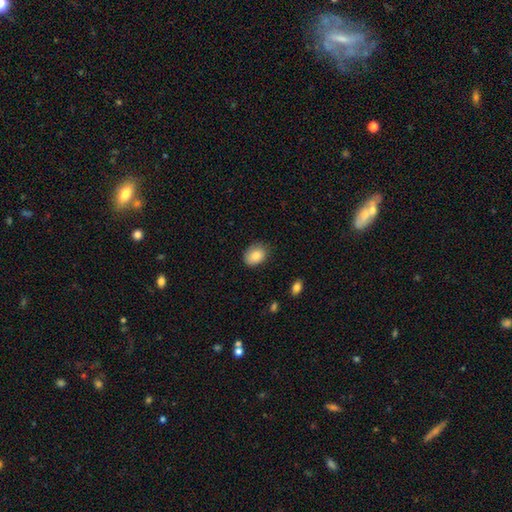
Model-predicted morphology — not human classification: Smooth or featured: smooth — 83% (featured or disk — 9%)
How rounded: in between — 68% (round — 31%)
Merging: none — 77% (minor disturbance — 19%)